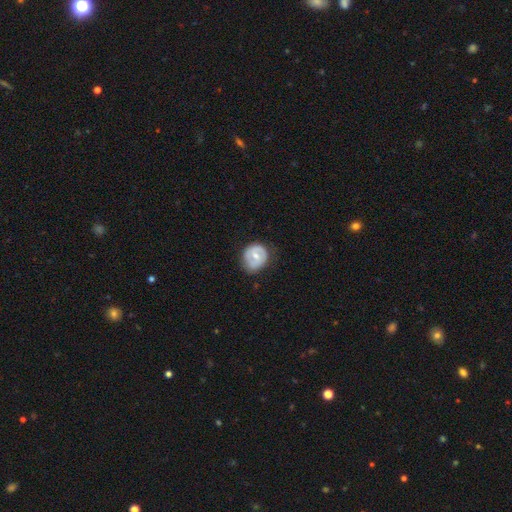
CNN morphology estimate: featured or disk 49%, smooth 45%, star or artifact 6%. Down the decision tree: merging — none (69%).